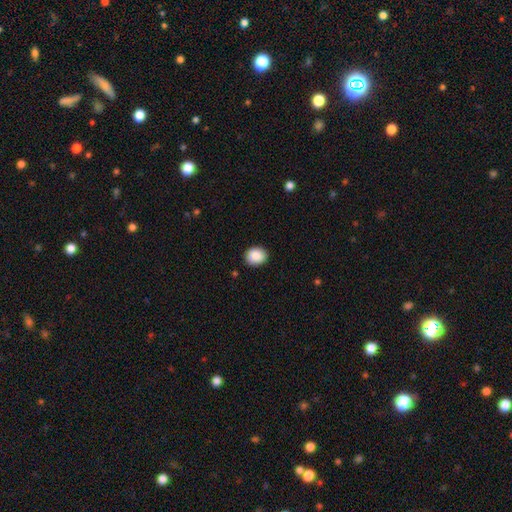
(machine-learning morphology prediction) type=smooth (89%); roundness=round (64%); merging=none (89%).